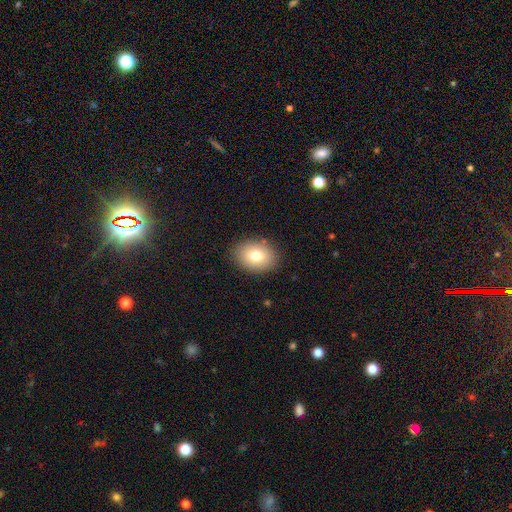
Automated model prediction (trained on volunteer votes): Smooth or featured? Predicted: smooth (p=0.80). How rounded? Predicted: in between (p=0.74). Merging? Predicted: none (p=0.87).